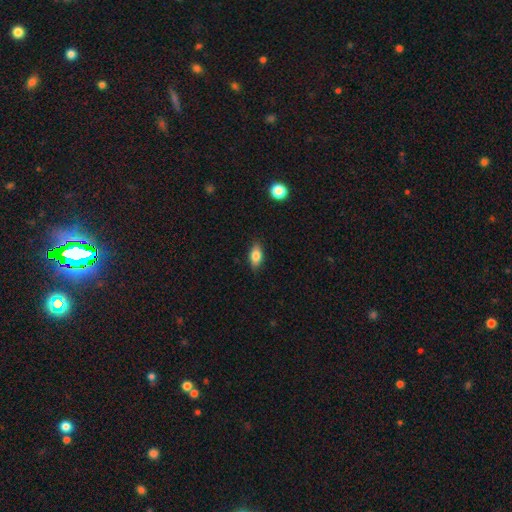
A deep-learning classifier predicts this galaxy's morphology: smooth_or_featured: smooth (p=0.79) [alt: featured or disk p=0.14]
how_rounded: in between (p=0.84) [alt: cigar-shaped p=0.09]
merging: none (p=0.86) [alt: minor disturbance p=0.11]